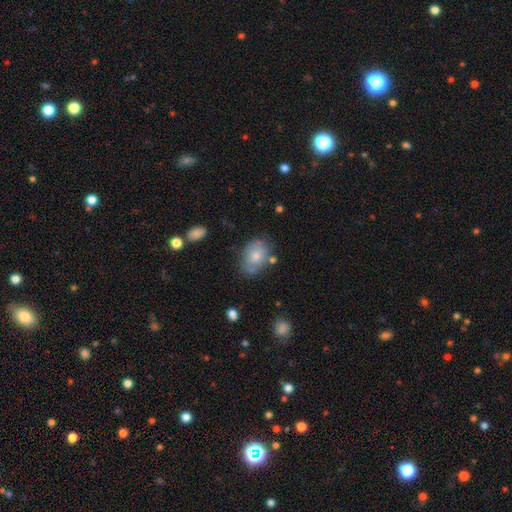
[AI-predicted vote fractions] Morphology: type=smooth (67%); roundness=in between (68%); merging=none (62%).